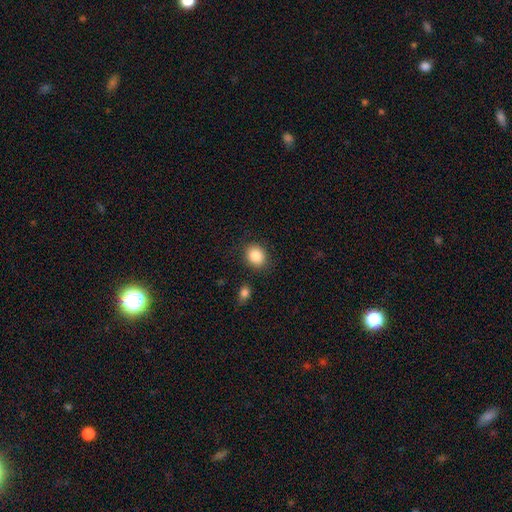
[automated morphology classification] type=smooth (87%); roundness=round (63%); merging=none (84%).